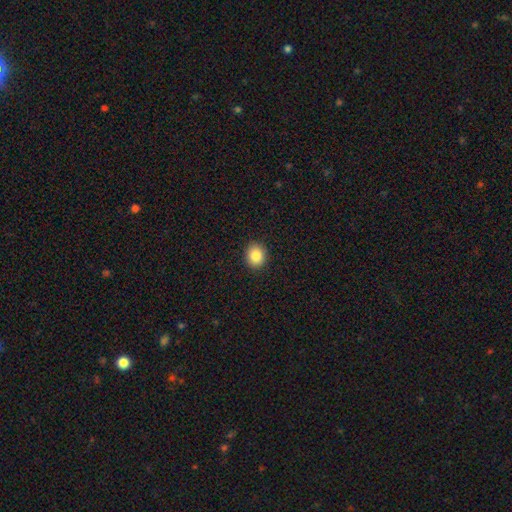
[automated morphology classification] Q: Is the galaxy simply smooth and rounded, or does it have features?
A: smooth — 85%.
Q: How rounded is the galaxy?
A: round — 70%.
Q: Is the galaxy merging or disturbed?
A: none — 91%.